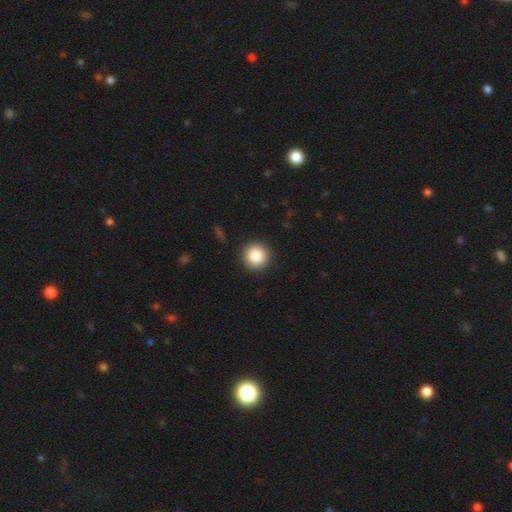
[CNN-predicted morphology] type=smooth (85%); roundness=round (95%); merging=none (92%).